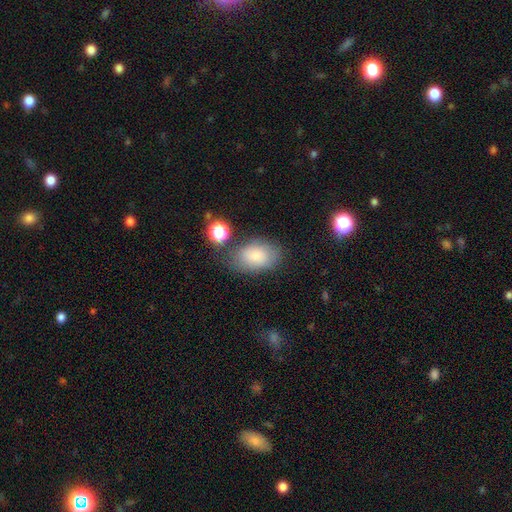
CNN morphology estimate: type=smooth (74%); roundness=in between (87%); merging=none (65%).